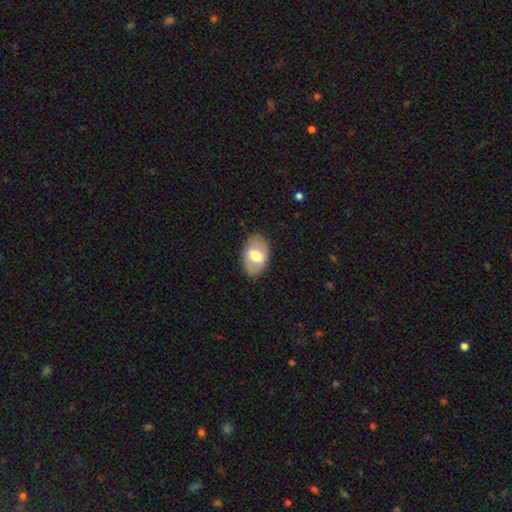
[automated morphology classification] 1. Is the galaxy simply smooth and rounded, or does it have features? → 62% smooth, 32% featured or disk, 6% star or artifact.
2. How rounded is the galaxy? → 89% in between, 10% round, 1% cigar-shaped.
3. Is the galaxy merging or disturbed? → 85% none, 11% minor disturbance, 3% major disturbance, 1% merger.